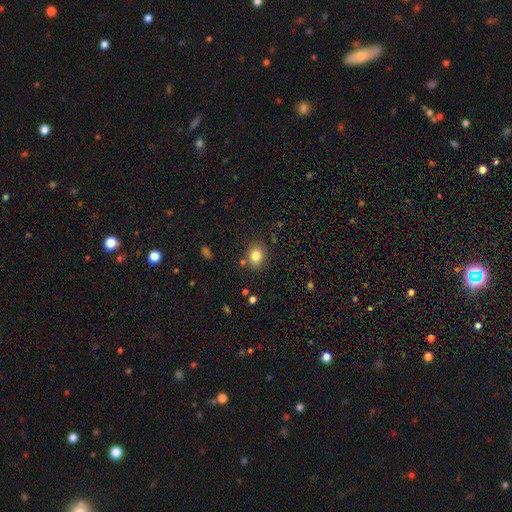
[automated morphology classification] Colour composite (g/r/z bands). It shows a smooth galaxy with no disk features (81%) that is round (53%). Merging: none (82%).